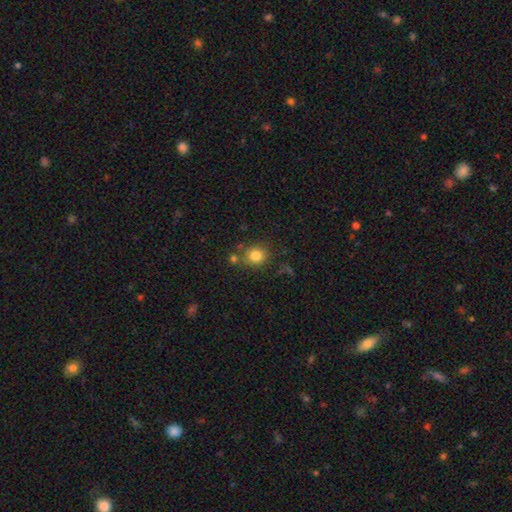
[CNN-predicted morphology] This appears to be a smooth galaxy with no disk features (81%) that is round (84%). Merging: none (73%).